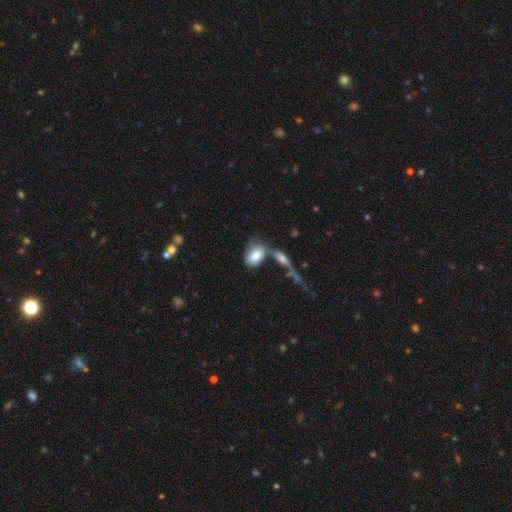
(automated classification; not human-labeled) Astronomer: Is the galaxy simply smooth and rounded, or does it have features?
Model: smooth — 73%.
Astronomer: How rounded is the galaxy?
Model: in between — 87%.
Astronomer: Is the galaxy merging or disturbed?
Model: merger — 48% (runner-up: none, 26%).